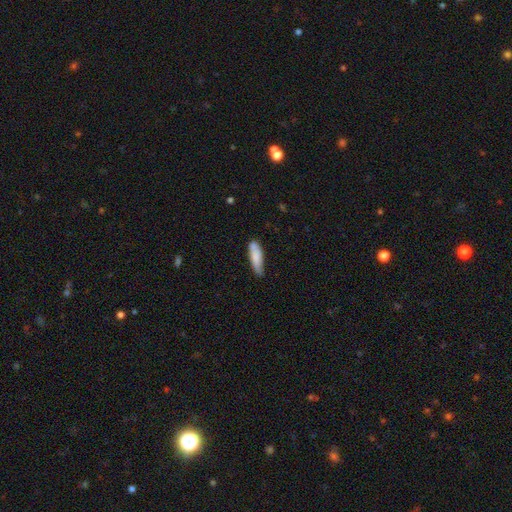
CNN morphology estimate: Smooth or featured?
  - smooth: 79% *
  - featured or disk: 15%
  - star or artifact: 6%
How rounded?
  - cigar-shaped: 57% *
  - in between: 41%
  - round: 2%
Merging?
  - none: 58% *
  - minor disturbance: 30%
  - merger: 6%
  - major disturbance: 6%